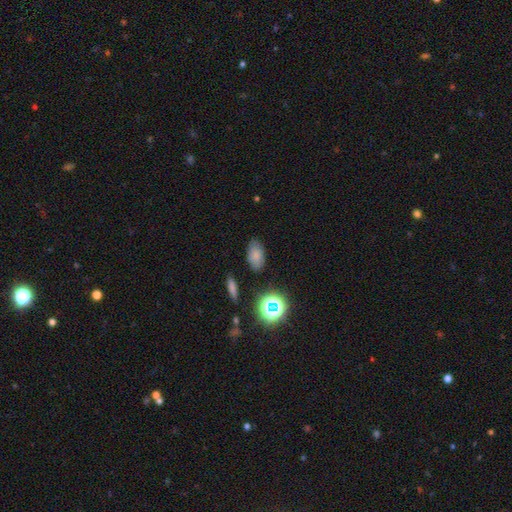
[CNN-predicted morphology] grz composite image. It shows a smooth galaxy with no disk features (75%) that is in between round and cigar-shaped (89%). Merging: none (81%).